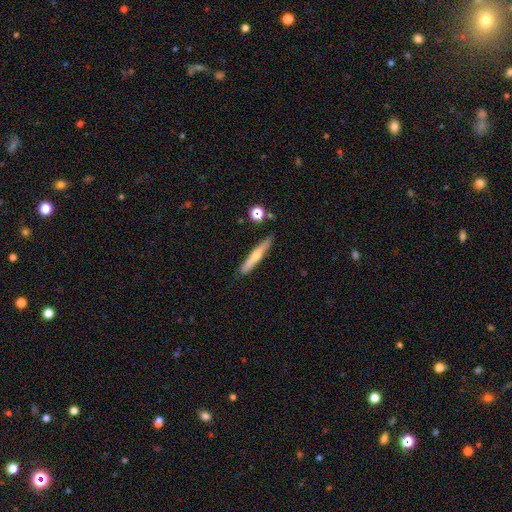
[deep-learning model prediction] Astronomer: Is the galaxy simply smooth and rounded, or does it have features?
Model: featured or disk — 51% (runner-up: smooth, 42%).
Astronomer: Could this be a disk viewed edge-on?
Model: yes — 93%.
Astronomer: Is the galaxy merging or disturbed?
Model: none — 86%.